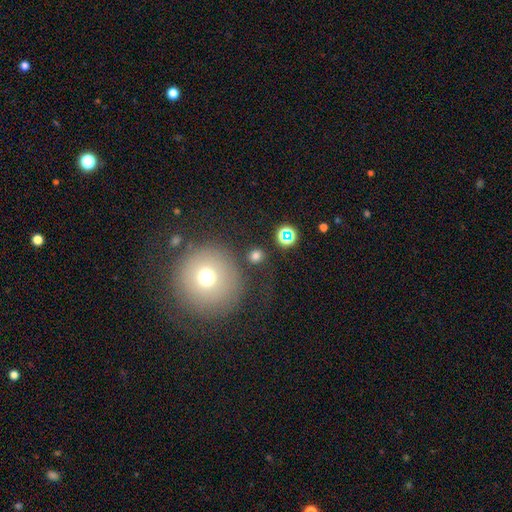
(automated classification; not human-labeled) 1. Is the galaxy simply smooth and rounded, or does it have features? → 75% smooth, 17% star or artifact, 8% featured or disk.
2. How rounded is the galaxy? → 87% round, 12% in between, 1% cigar-shaped.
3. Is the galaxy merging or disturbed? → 80% none, 9% minor disturbance, 6% merger, 5% major disturbance.